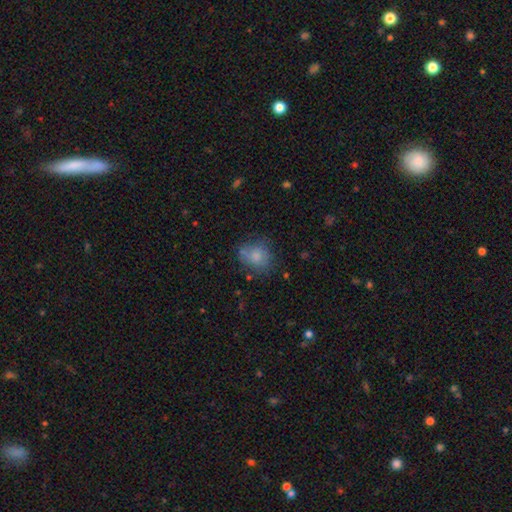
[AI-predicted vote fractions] Smooth or featured: smooth — 76% (featured or disk — 13%)
How rounded: round — 66% (in between — 33%)
Merging: none — 61% (minor disturbance — 22%)